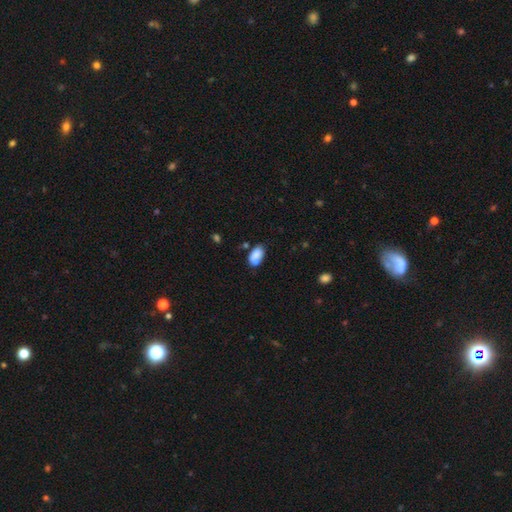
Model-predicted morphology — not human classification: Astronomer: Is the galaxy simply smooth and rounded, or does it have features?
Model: smooth — 79%.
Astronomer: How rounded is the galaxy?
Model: in between — 92%.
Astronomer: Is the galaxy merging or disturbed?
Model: none — 50%.